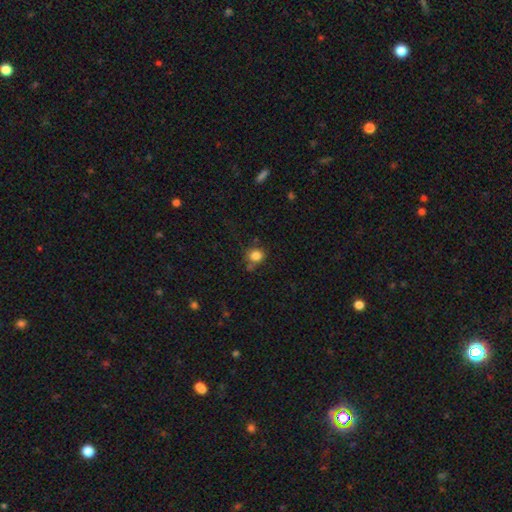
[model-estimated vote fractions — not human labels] The model was most divided on "merging": none: 69%, minor disturbance: 17%, merger: 9%, major disturbance: 5%. More confident: how rounded — round (84%); smooth or featured — smooth (83%).